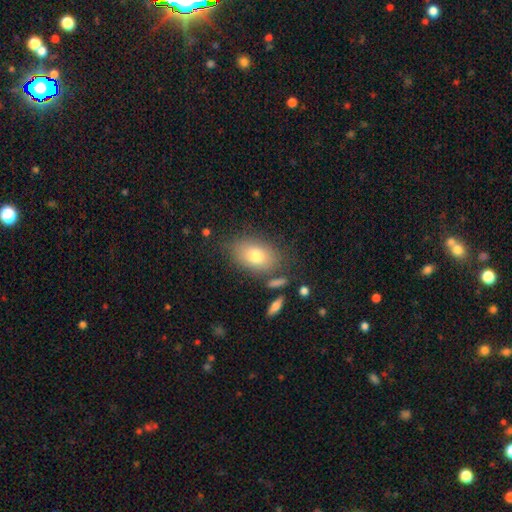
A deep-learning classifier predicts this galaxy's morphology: This appears to be a smooth galaxy with no disk features (76%) that is in between round and cigar-shaped (83%). Merging: none (76%).